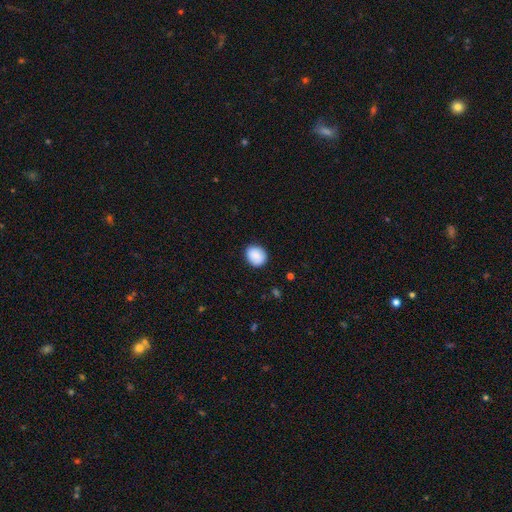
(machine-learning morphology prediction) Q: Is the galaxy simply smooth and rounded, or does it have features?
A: smooth — 88%.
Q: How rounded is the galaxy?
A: round — 65%.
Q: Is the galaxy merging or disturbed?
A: none — 86%.